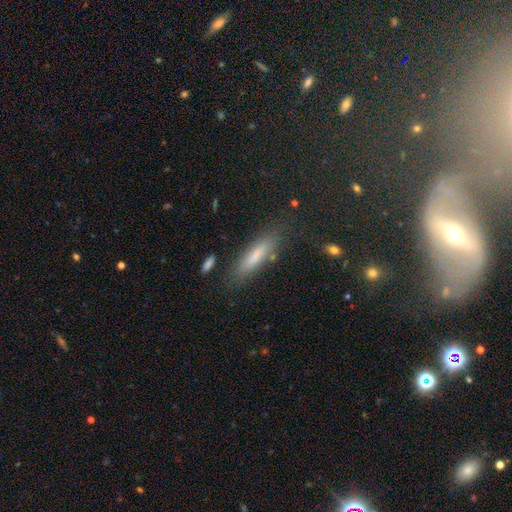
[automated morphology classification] Smooth or featured? smooth (68%)
How rounded? cigar-shaped (74%)
Merging? none (80%)